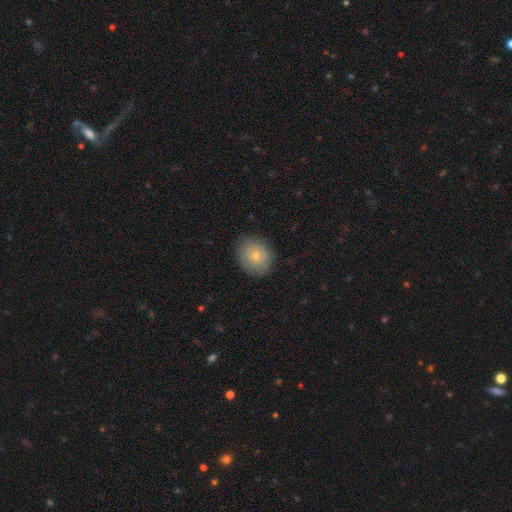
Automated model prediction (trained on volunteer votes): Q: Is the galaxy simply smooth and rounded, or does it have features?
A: smooth — 65%.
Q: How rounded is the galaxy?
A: round — 69%.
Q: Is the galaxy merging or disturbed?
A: none — 80%.